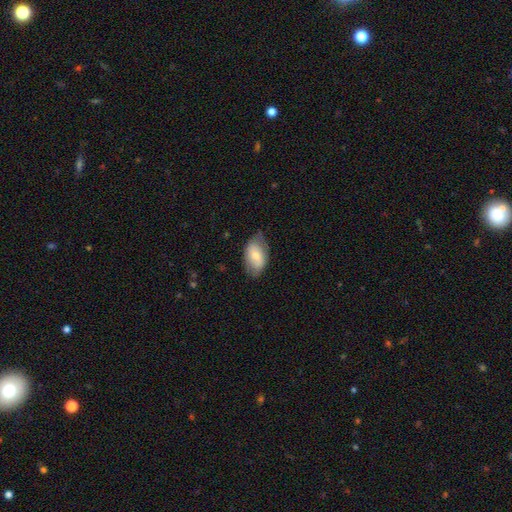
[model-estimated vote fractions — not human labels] smooth_or_featured: smooth (p=0.66) [alt: featured or disk p=0.28]
how_rounded: in between (p=0.92) [alt: round p=0.07]
merging: none (p=0.65) [alt: minor disturbance p=0.27]